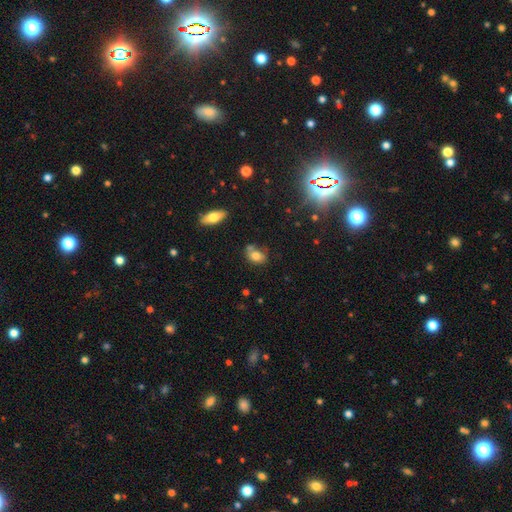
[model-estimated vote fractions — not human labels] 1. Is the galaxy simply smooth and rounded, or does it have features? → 76% smooth, 13% featured or disk, 11% star or artifact.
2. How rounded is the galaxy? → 77% in between, 21% round, 2% cigar-shaped.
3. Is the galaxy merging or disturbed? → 55% none, 21% minor disturbance, 17% merger, 6% major disturbance.